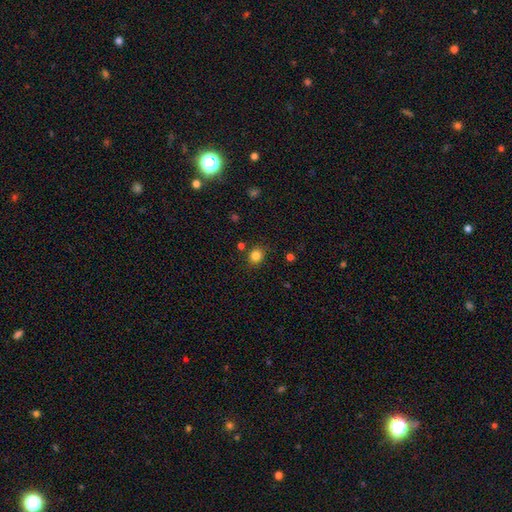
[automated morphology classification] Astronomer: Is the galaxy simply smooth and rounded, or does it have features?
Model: smooth — 82%.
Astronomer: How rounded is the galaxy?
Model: round — 71%.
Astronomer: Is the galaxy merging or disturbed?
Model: none — 85%.